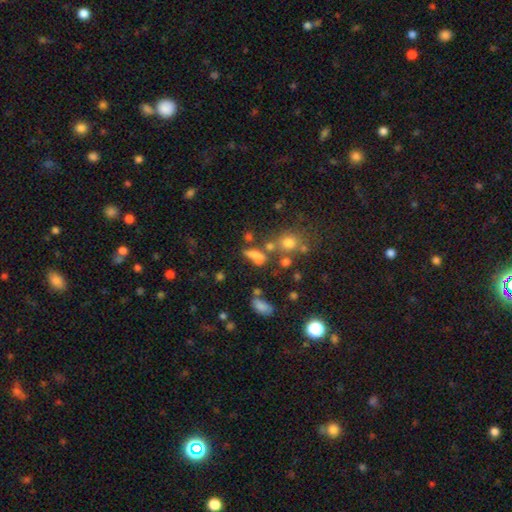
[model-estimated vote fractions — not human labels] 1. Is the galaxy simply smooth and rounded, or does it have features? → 65% smooth, 19% star or artifact, 16% featured or disk.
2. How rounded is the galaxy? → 64% in between, 20% cigar-shaped, 16% round.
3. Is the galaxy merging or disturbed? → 37% none, 28% merger, 19% minor disturbance, 17% major disturbance.